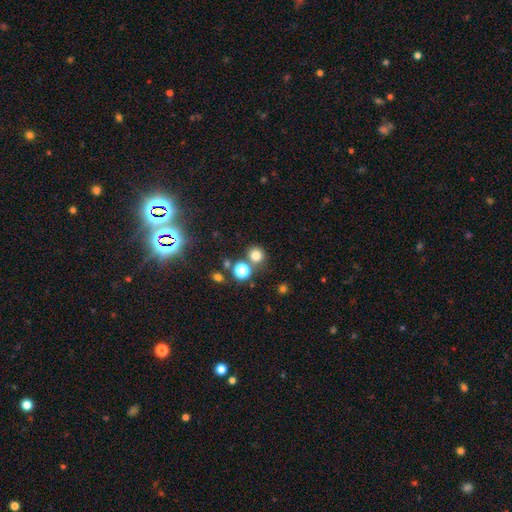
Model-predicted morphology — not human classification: This appears to be a smooth galaxy with no disk features (76%) that is round (89%). Merging: none (74%).